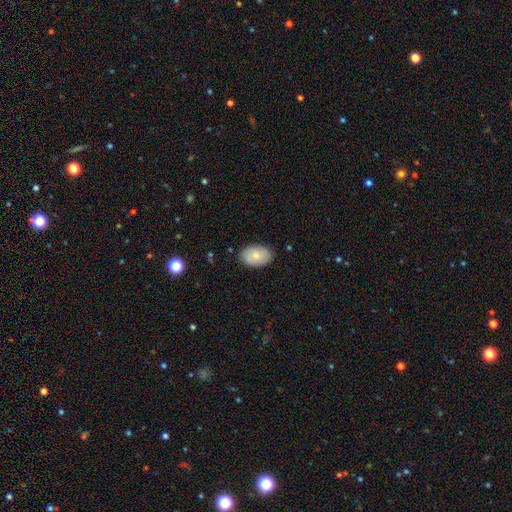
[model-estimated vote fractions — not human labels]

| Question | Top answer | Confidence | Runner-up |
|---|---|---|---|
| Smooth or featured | smooth | 72% | featured or disk (22%) |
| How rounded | in between | 89% | round (10%) |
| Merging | none | 84% | minor disturbance (13%) |